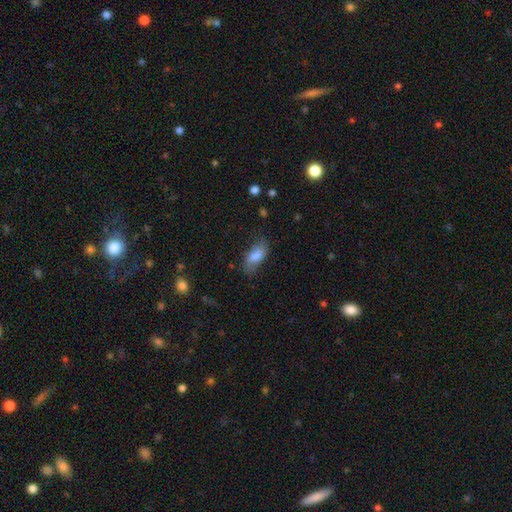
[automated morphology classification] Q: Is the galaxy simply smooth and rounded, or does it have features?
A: smooth — 78%.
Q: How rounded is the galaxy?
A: in between — 85%.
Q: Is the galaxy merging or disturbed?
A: none — 64%.